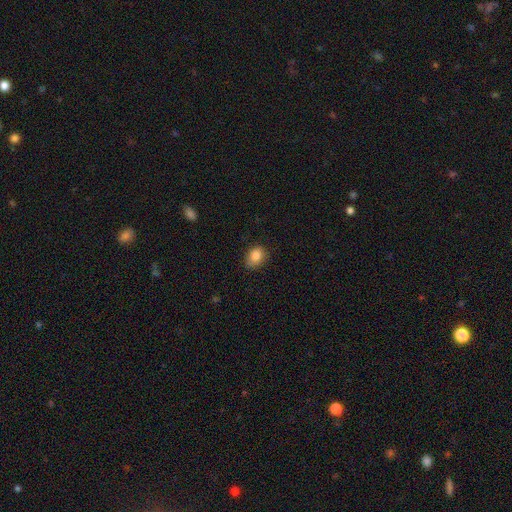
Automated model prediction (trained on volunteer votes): smooth_or_featured: smooth (p=0.85) [alt: star or artifact p=0.09]
how_rounded: in between (p=0.56) [alt: round p=0.43]
merging: none (p=0.73) [alt: minor disturbance p=0.22]